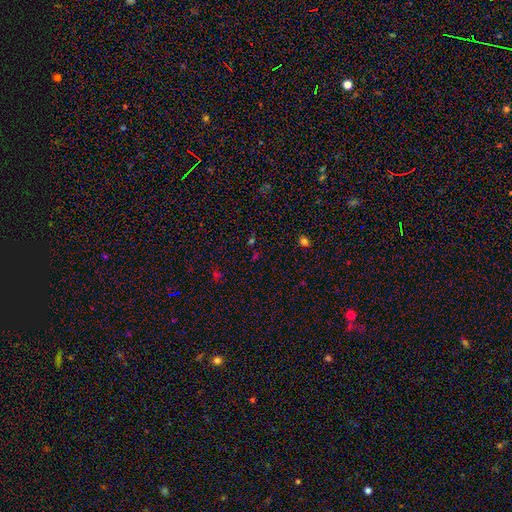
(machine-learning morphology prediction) The model was most divided on "smooth or featured": star or artifact: 55%, smooth: 36%, featured or disk: 9%.